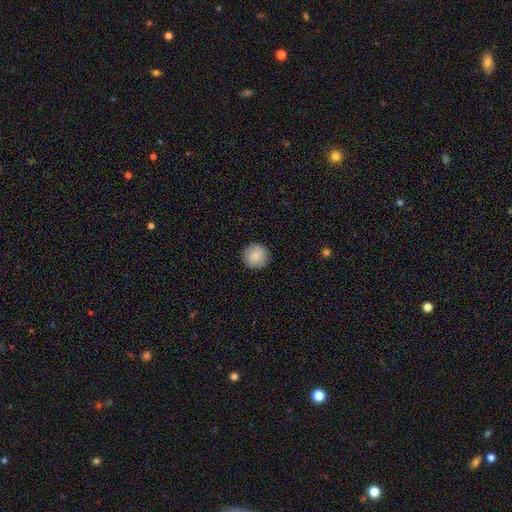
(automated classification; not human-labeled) This appears to be a smooth galaxy with no disk features (87%) that is round (95%). Merging: none (91%).